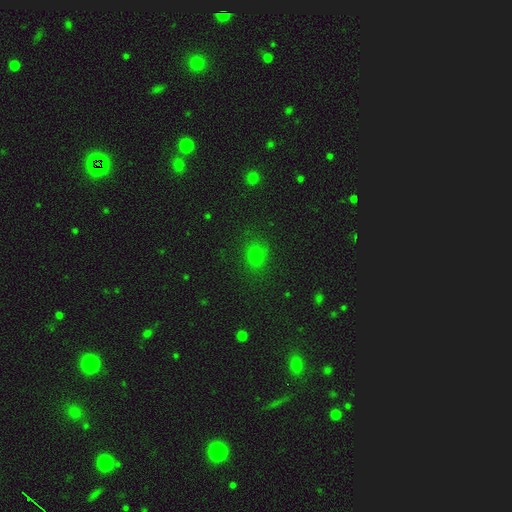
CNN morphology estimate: smooth-or-featured: smooth: 75% | star or artifact: 18% | featured or disk: 6%
  how-rounded: round: 65% | in between: 34% | cigar-shaped: 1%
  merging: none: 84% | minor disturbance: 11% | major disturbance: 3% | merger: 2%